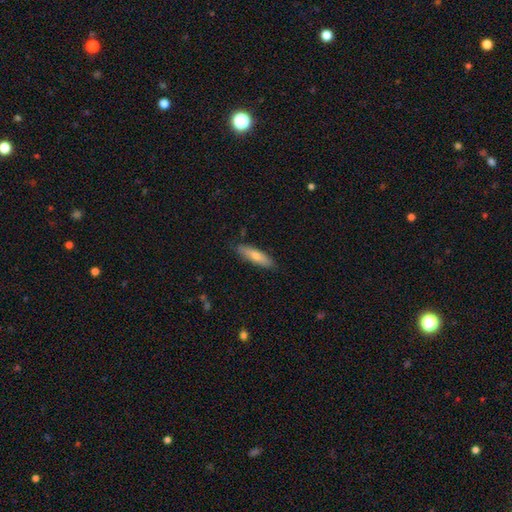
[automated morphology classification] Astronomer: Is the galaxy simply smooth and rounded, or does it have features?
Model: smooth — 65%.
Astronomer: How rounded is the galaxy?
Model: cigar-shaped — 67%.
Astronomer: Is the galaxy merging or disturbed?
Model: none — 85%.